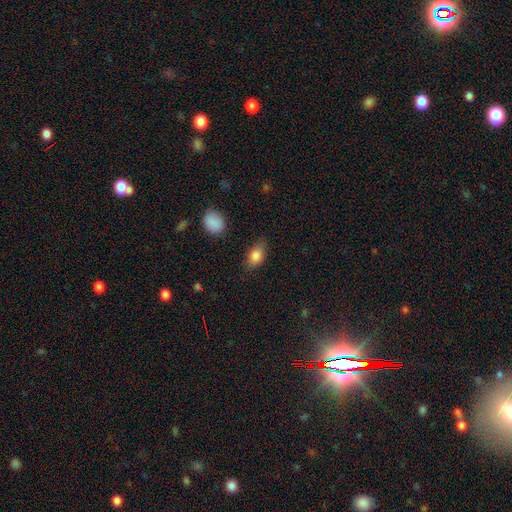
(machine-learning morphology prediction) The model was most divided on "merging": none: 77%, minor disturbance: 17%, major disturbance: 4%, merger: 2%. More confident: how rounded — in between (84%); smooth or featured — smooth (82%).